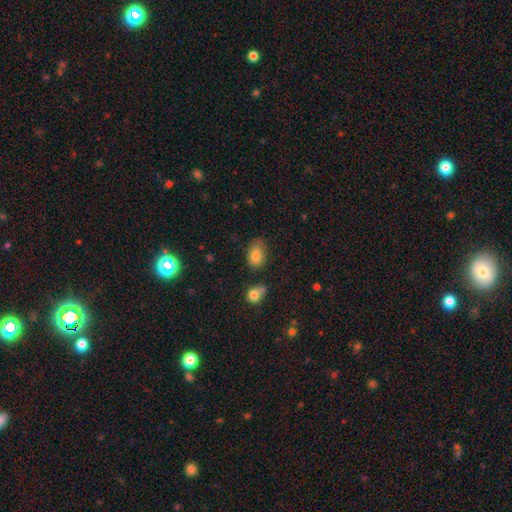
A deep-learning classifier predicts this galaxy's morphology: This appears to be a smooth galaxy with no disk features (82%) that is in between round and cigar-shaped (85%). Merging: none (64%).